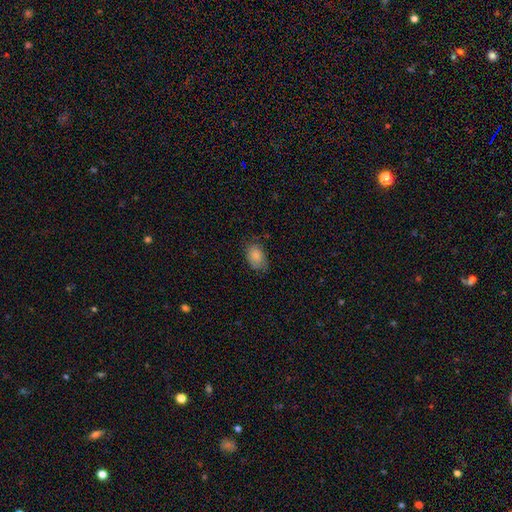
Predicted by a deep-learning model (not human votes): Smooth or featured: smooth — 83% (featured or disk — 10%)
How rounded: in between — 87% (round — 12%)
Merging: none — 69% (minor disturbance — 24%)